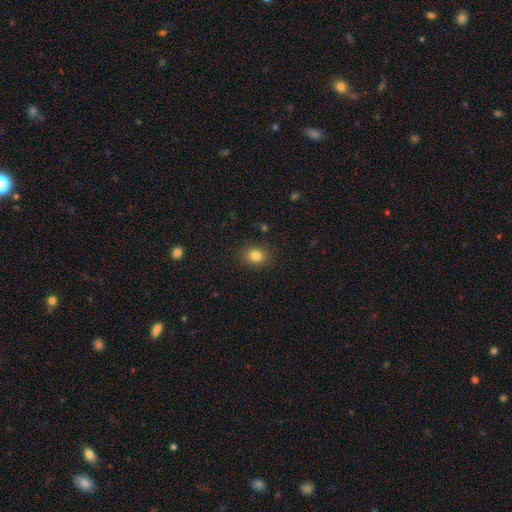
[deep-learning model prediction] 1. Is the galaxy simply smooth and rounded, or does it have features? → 83% smooth, 11% star or artifact, 6% featured or disk.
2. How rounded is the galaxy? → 51% in between, 48% round, 1% cigar-shaped.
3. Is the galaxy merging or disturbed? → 87% none, 9% minor disturbance, 3% major disturbance, 1% merger.